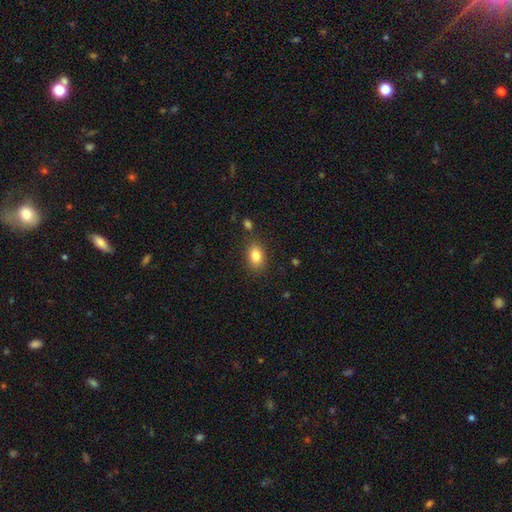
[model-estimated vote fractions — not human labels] Smooth or featured? smooth (83%)
How rounded? in between (79%)
Merging? none (83%)